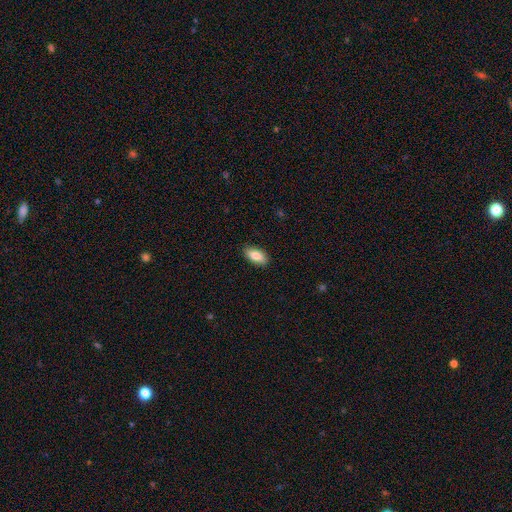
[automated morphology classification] This appears to be a smooth galaxy with no disk features (85%) that is in between round and cigar-shaped (91%). Merging: none (88%).